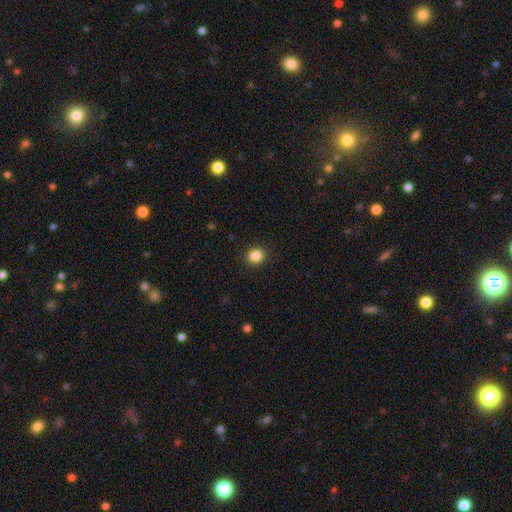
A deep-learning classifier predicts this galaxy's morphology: This is clearly a smooth galaxy (86%). How rounded: likely round (77%). Merging: clearly none (91%).